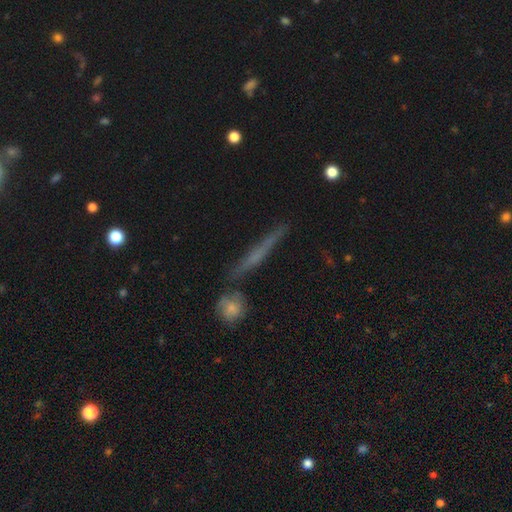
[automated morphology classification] Overall: featured or disk (50%; smooth 41%). Edge-on disk: yes (94%). Merging: none (80%).